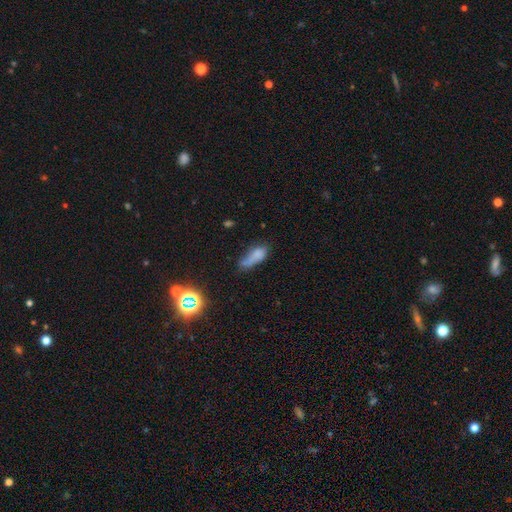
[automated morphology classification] This appears to be a smooth galaxy with no disk features (71%) that is in between round and cigar-shaped (68%). Merging: none (34%).